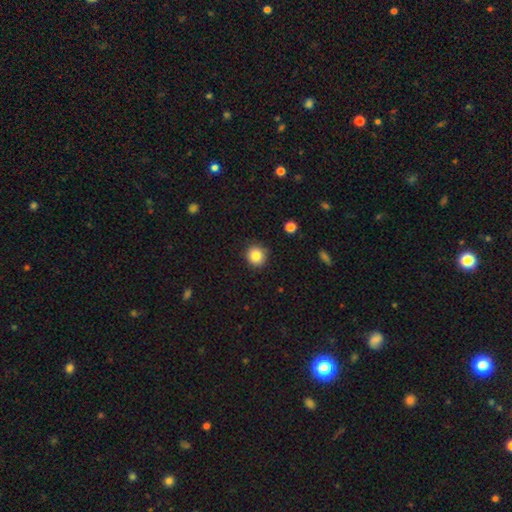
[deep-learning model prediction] The model was most divided on "smooth or featured": smooth: 84%, star or artifact: 10%, featured or disk: 6%. More confident: how rounded — round (92%); merging — none (88%).